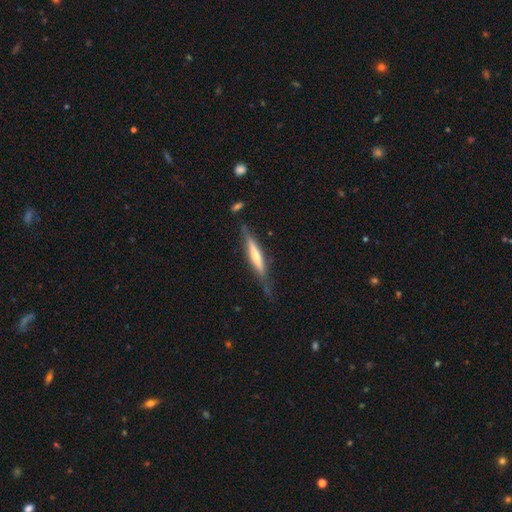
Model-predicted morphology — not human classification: The model was most divided on "smooth or featured": featured or disk: 49%, smooth: 45%, star or artifact: 6%. More confident: merging — none (67%).